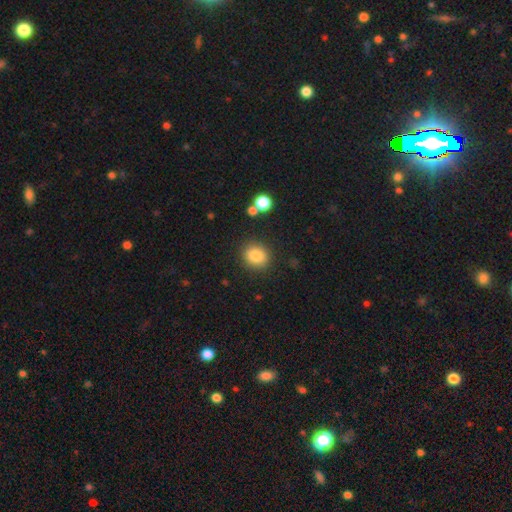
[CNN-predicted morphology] Smooth or featured? Predicted: smooth (p=0.84). How rounded? Predicted: round (p=0.72). Merging? Predicted: none (p=0.86).